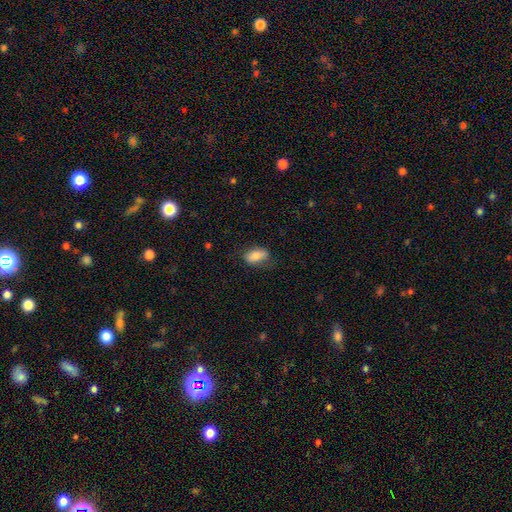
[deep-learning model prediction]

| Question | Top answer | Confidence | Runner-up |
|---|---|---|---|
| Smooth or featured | smooth | 79% | featured or disk (13%) |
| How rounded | in between | 89% | cigar-shaped (6%) |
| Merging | none | 71% | minor disturbance (22%) |